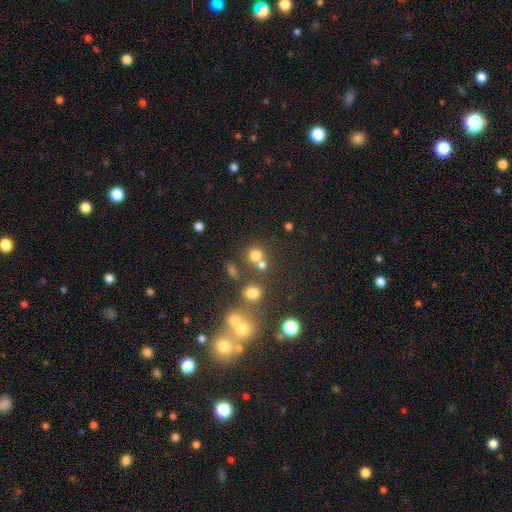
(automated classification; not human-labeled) smooth_or_featured: smooth (p=0.71) [alt: star or artifact p=0.19]
how_rounded: round (p=0.85) [alt: in between p=0.14]
merging: none (p=0.56) [alt: merger p=0.30]